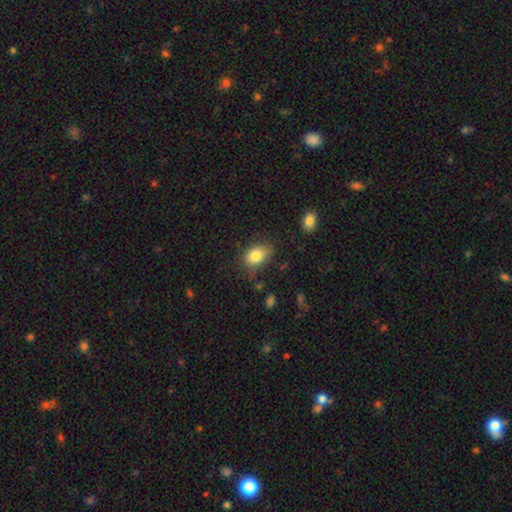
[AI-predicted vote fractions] A smooth galaxy with no disk features (82%) that is in between round and cigar-shaped (74%). Merging: none (67%).